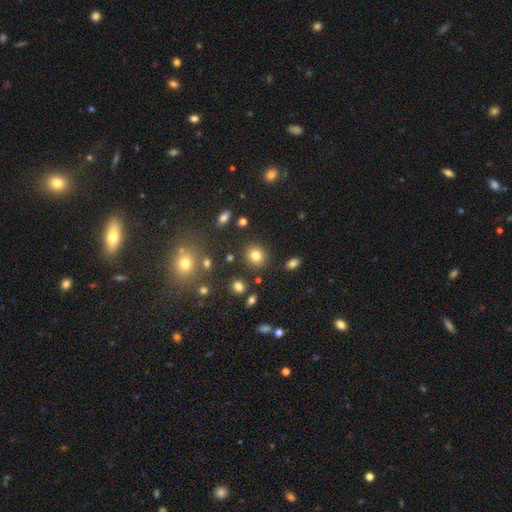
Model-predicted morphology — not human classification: This is clearly a smooth galaxy (81%). How rounded: likely round (79%). Merging: clearly none (86%).